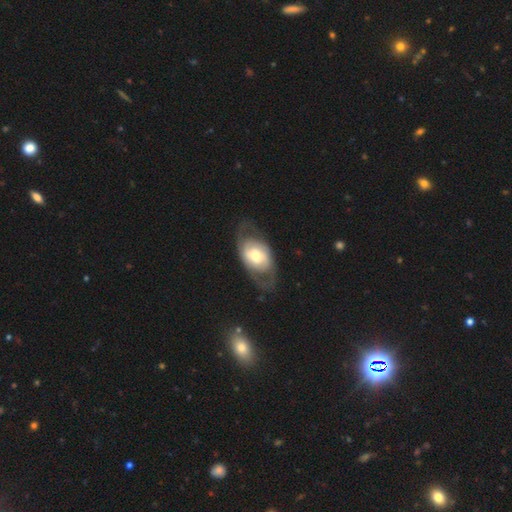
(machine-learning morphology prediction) type=featured or disk (60%); edge-on=no (92%); bar=no (51%); spiral arms=yes (54%); bulge=moderate (63%); merging=none (66%).